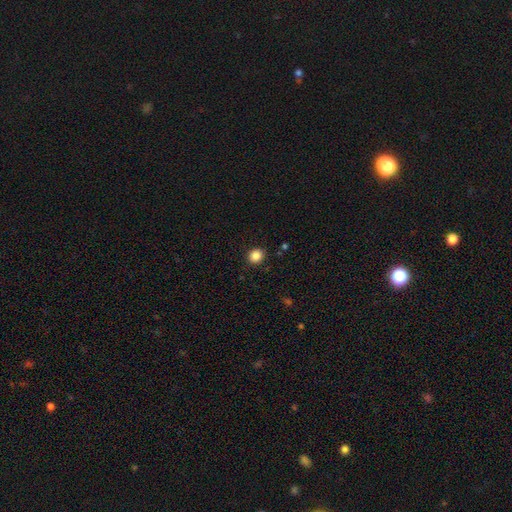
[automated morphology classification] This appears to be a smooth galaxy with no disk features (86%) that is round (80%). Merging: none (90%).